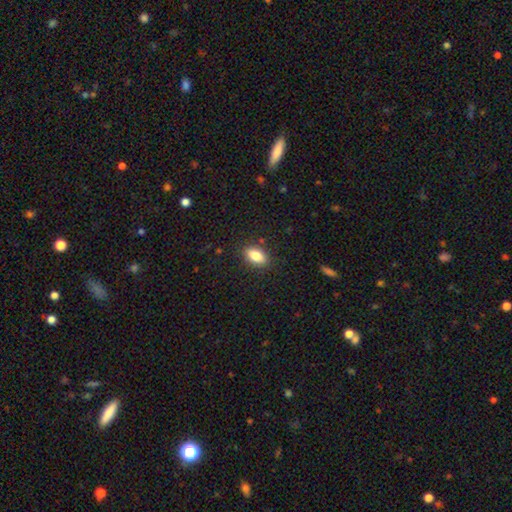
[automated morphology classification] smooth 83%, featured or disk 9%, star or artifact 8%. Down the decision tree: how rounded — in between (88%); merging — none (87%).